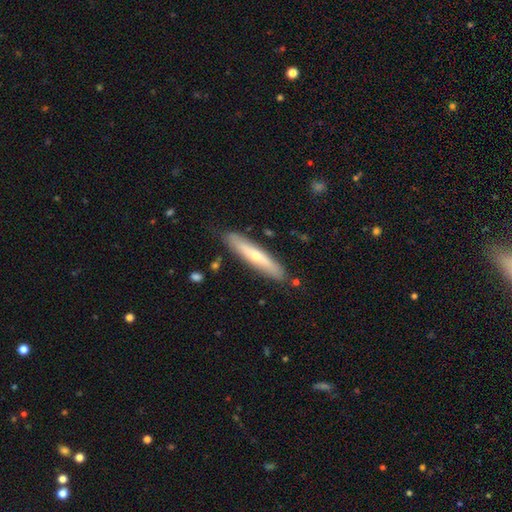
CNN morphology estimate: A smooth galaxy with no disk features (48%). Merging: none (85%).